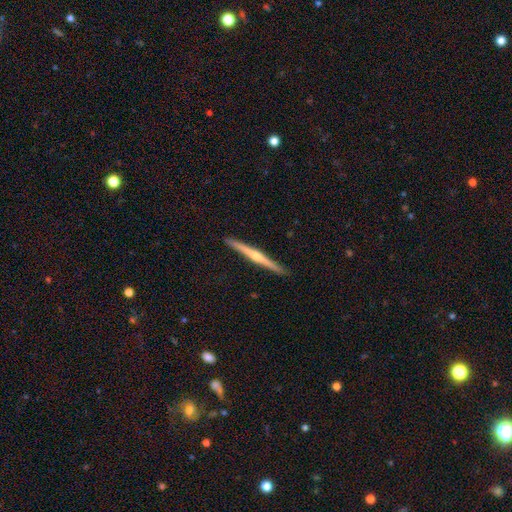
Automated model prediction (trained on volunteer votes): Q: Smooth or featured?
A: featured or disk (74%); runner-up: smooth (21%)
Q: Edge-on disk?
A: yes (98%); runner-up: no (2%)
Q: Edge-on bulge?
A: rounded (79%); runner-up: none (16%)
Q: Merging?
A: none (92%); runner-up: minor disturbance (6%)